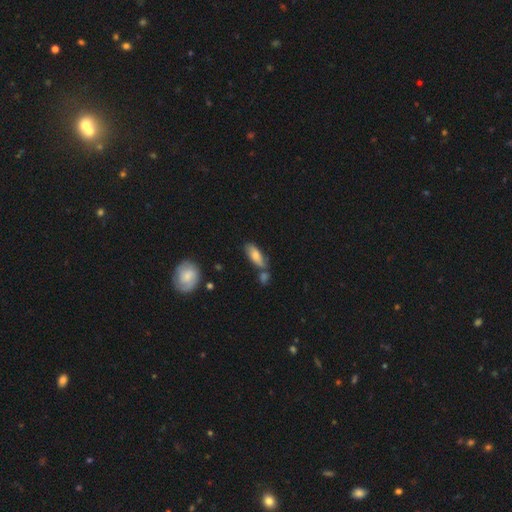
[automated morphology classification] Smooth or featured? Predicted: smooth (p=0.72). How rounded? Predicted: in between (p=0.70). Merging? Predicted: none (p=0.57).